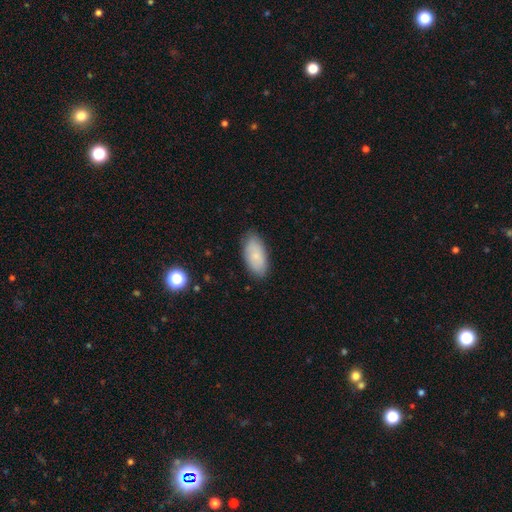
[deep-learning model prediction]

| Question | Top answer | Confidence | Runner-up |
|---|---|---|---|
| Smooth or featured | smooth | 81% | featured or disk (12%) |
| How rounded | in between | 93% | cigar-shaped (5%) |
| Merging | none | 82% | minor disturbance (14%) |